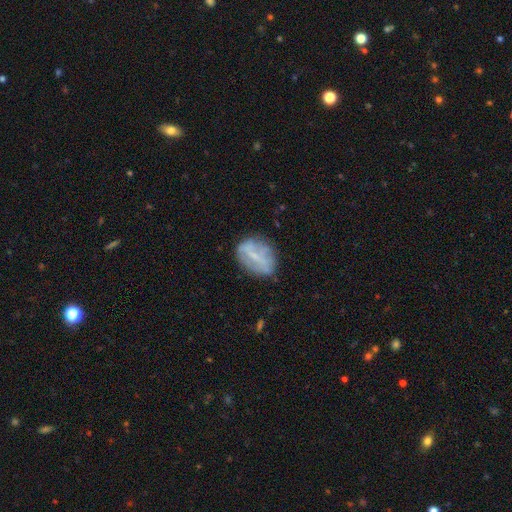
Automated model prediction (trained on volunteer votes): Morphology: type=featured or disk (51%); edge-on=no (93%); merging=none (65%).